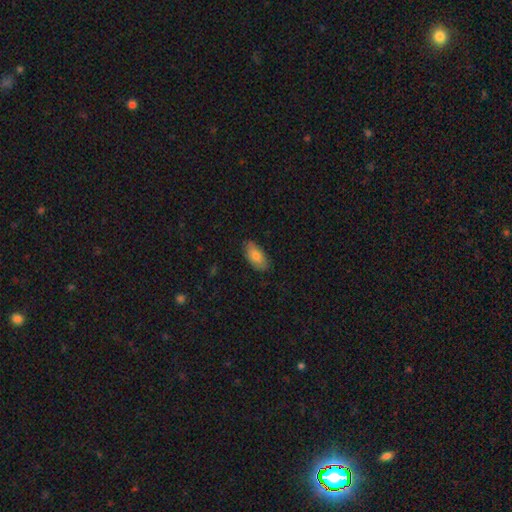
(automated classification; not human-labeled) A smooth galaxy with no disk features (81%) that is in between round and cigar-shaped (92%). Merging: none (84%).